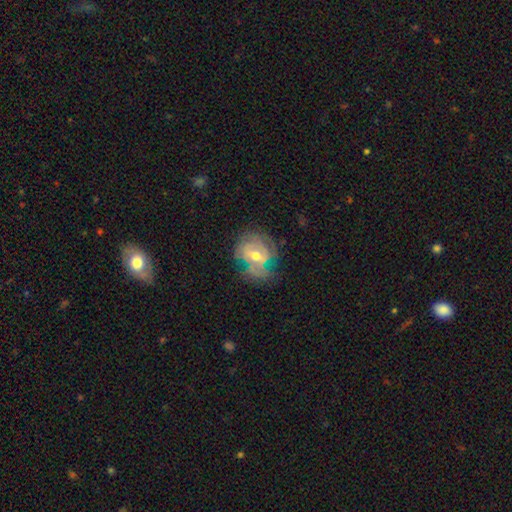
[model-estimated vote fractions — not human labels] Morphology: type=featured or disk (71%); edge-on=no (96%); bar=no (53%); spiral arms=yes (78%); winding=tight (55%); arm count=can't tell (42%); bulge=moderate (70%); merging=none (56%).